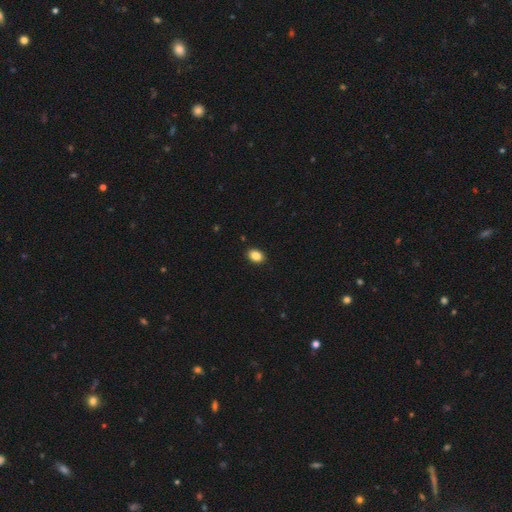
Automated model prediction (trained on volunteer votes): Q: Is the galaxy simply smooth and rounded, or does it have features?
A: smooth — 87%.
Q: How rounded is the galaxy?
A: in between — 80%.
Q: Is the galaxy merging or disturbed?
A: none — 90%.